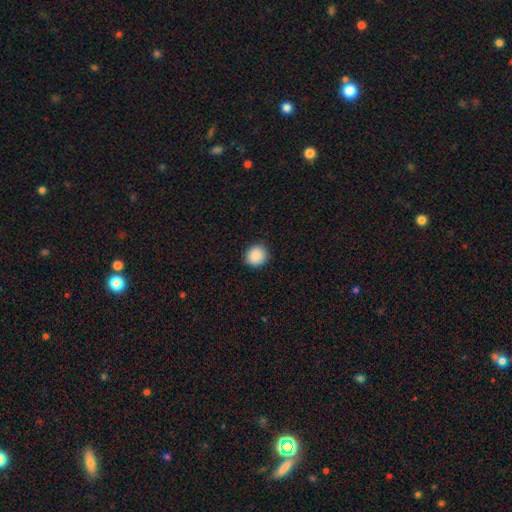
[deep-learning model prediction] Smooth or featured? smooth (89%)
How rounded? round (87%)
Merging? none (90%)